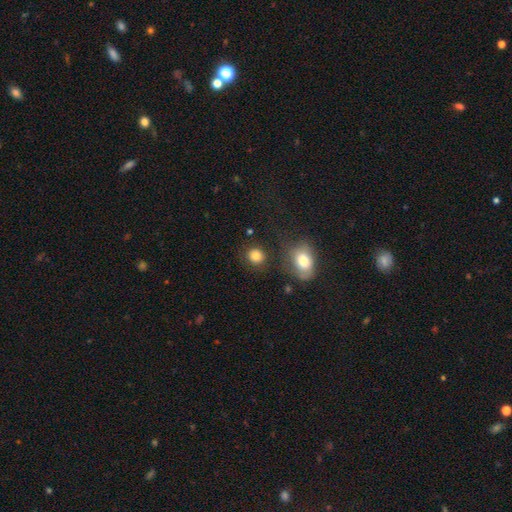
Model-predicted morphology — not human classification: This appears to be a smooth galaxy with no disk features (84%) that is round (82%). Merging: none (81%).